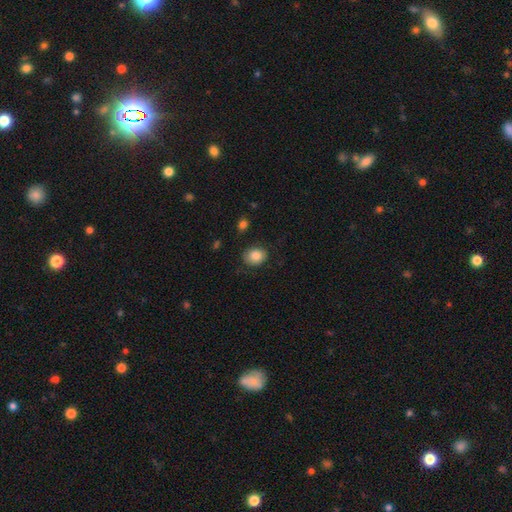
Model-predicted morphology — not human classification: Q: Smooth or featured?
A: smooth (85%); runner-up: star or artifact (8%)
Q: How rounded?
A: round (52%); runner-up: in between (47%)
Q: Merging?
A: none (80%); runner-up: minor disturbance (15%)